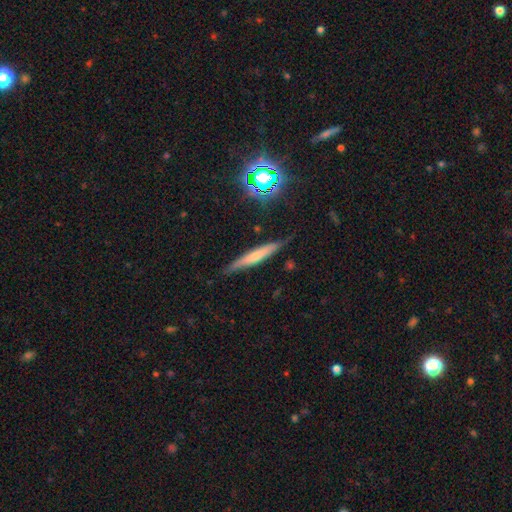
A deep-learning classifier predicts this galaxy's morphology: Smooth or featured?
  - smooth: 49% *
  - featured or disk: 42%
  - star or artifact: 10%
Merging?
  - none: 78% *
  - minor disturbance: 16%
  - major disturbance: 3%
  - merger: 2%